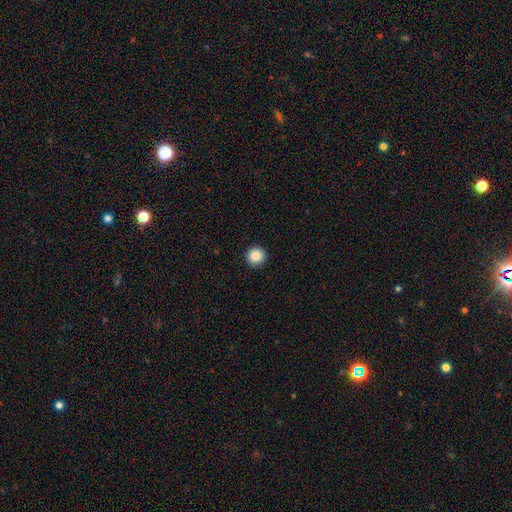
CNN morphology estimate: A smooth galaxy with no disk features (87%) that is round (96%).

Vote fractions:
- Smooth or featured? smooth: 87% / star or artifact: 9% / featured or disk: 3%
- How rounded? round: 96% / in between: 3% / cigar-shaped: 1%
- Merging? none: 93% / minor disturbance: 4% / major disturbance: 2% / merger: 1%